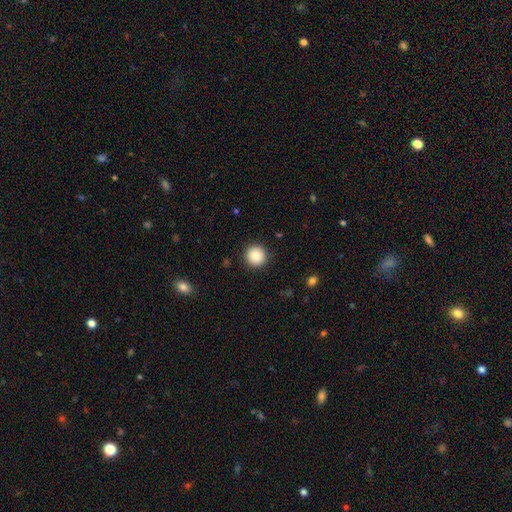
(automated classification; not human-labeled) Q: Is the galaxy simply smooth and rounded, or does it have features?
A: smooth — 89%.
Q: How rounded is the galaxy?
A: round — 95%.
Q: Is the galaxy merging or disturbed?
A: none — 92%.